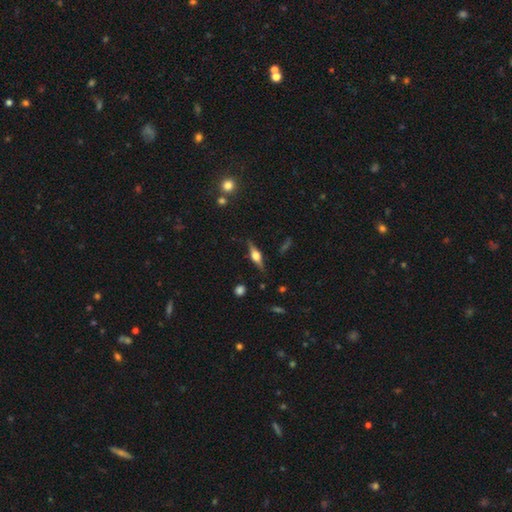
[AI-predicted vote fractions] Morphology: type=featured or disk (73%); edge-on=yes (97%); edge-on bulge=rounded (91%); merging=none (85%).